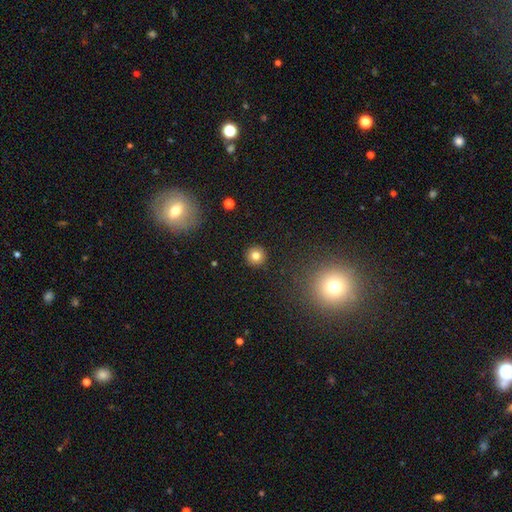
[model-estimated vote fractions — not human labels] Smooth or featured? Predicted: smooth (p=0.80). How rounded? Predicted: round (p=0.95). Merging? Predicted: none (p=0.92).